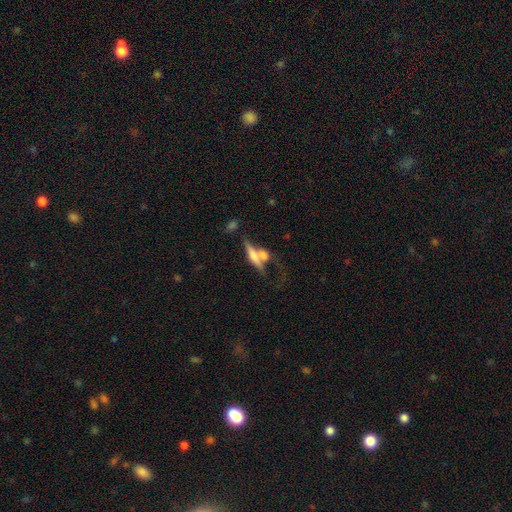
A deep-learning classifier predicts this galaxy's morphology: type=featured or disk (49%); merging=merger (43%).